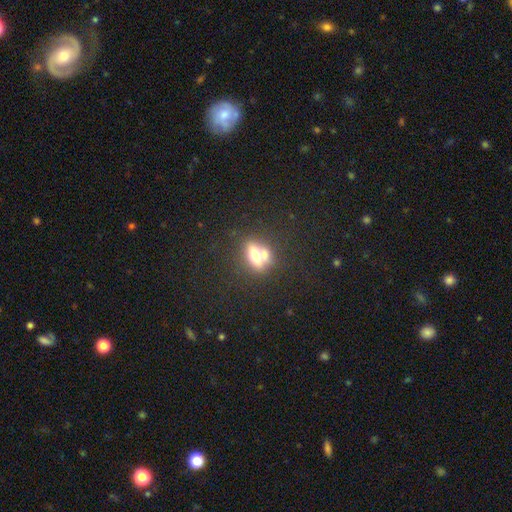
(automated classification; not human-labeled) Overall: smooth (60%; featured or disk 27%). How rounded: in between (67%). Merging: none (47%; merger 35%).